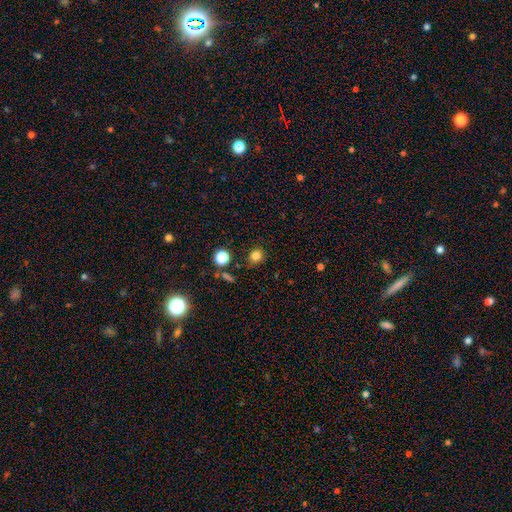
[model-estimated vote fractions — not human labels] A smooth galaxy with no disk features (81%) that is round (82%). Merging: none (85%).